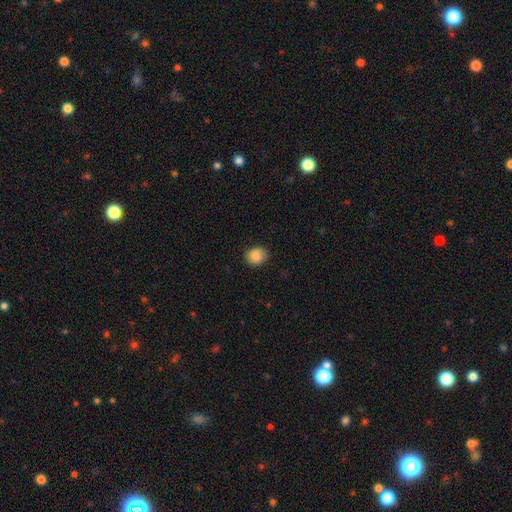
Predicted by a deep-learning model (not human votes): A smooth galaxy with no disk features (87%) that is round (64%).

Vote fractions:
- Smooth or featured? smooth: 87% / star or artifact: 8% / featured or disk: 4%
- How rounded? round: 64% / in between: 35% / cigar-shaped: 1%
- Merging? none: 84% / minor disturbance: 12% / major disturbance: 3% / merger: 1%